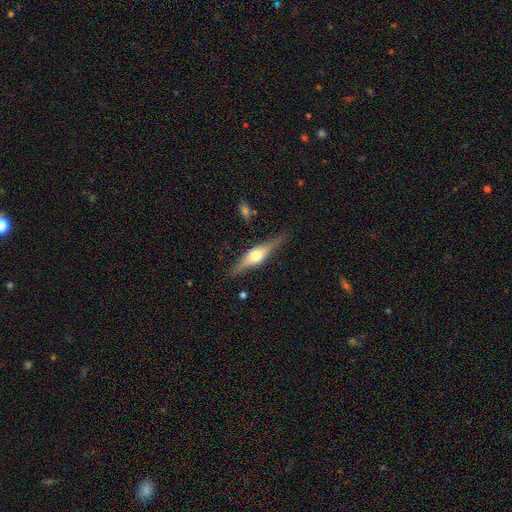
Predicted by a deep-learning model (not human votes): smooth_or_featured: featured or disk (p=0.71) [alt: smooth p=0.23]
disk_edge_on: yes (p=0.96) [alt: no p=0.04]
edge_on_bulge: rounded (p=0.92) [alt: boxy p=0.06]
merging: none (p=0.86) [alt: minor disturbance p=0.10]